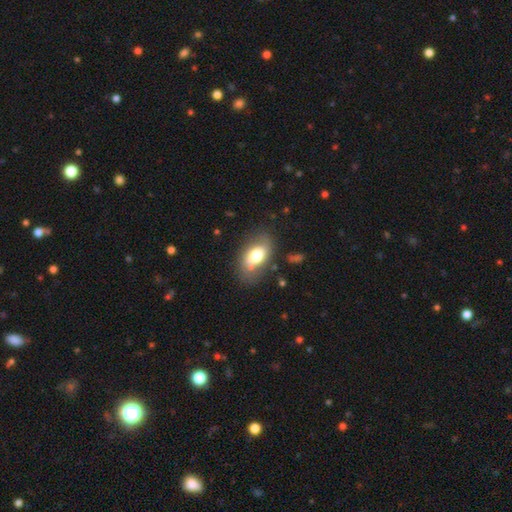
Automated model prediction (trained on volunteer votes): Smooth or featured: smooth — 64% (featured or disk — 29%)
How rounded: in between — 89% (round — 9%)
Merging: none — 69% (minor disturbance — 20%)